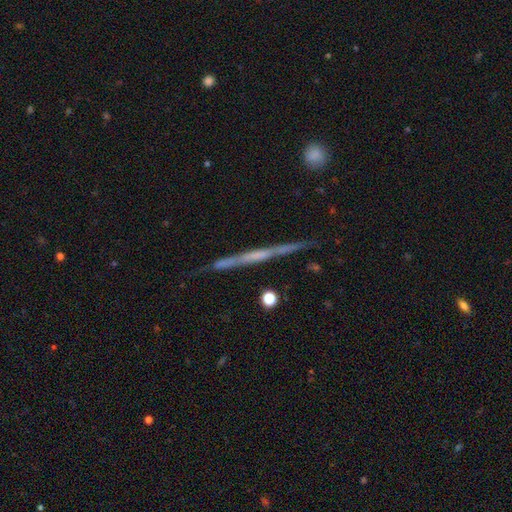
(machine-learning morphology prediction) smooth_or_featured: featured or disk (p=0.69) [alt: smooth p=0.24]
disk_edge_on: yes (p=0.97) [alt: no p=0.03]
edge_on_bulge: none (p=0.73) [alt: rounded p=0.17]
merging: none (p=0.85) [alt: minor disturbance p=0.11]